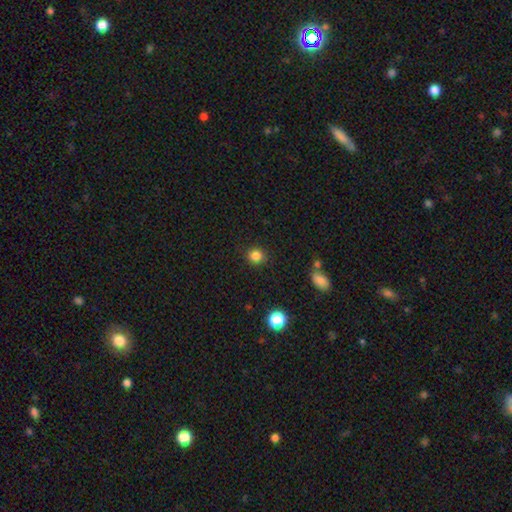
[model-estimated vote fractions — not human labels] Smooth or featured: smooth — 84% (star or artifact — 12%)
How rounded: round — 90% (in between — 9%)
Merging: none — 90% (minor disturbance — 6%)